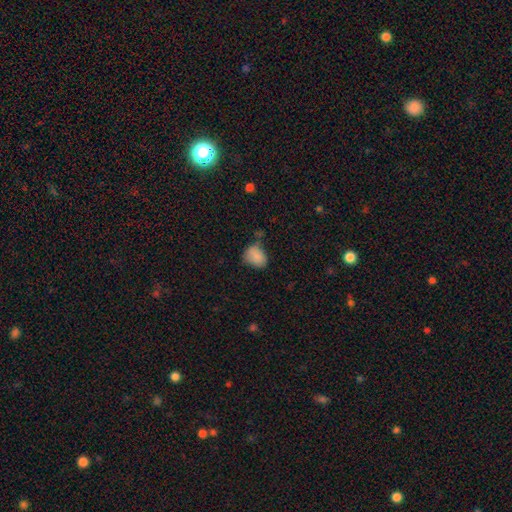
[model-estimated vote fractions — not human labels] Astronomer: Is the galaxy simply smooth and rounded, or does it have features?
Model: smooth — 84%.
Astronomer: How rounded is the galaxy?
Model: in between — 64%.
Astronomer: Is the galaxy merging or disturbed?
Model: none — 51% (runner-up: minor disturbance, 34%).